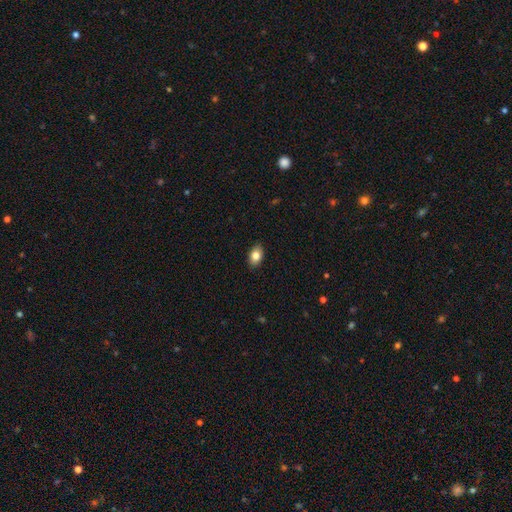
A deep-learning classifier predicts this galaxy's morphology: smooth_or_featured: smooth (p=0.82) [alt: featured or disk p=0.09]
how_rounded: in between (p=0.86) [alt: round p=0.12]
merging: none (p=0.89) [alt: minor disturbance p=0.09]